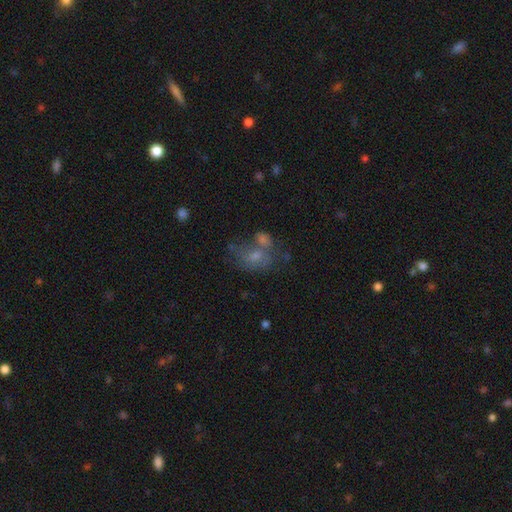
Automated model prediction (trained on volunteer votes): Smooth or featured? smooth (44%)
Merging? none (39%)